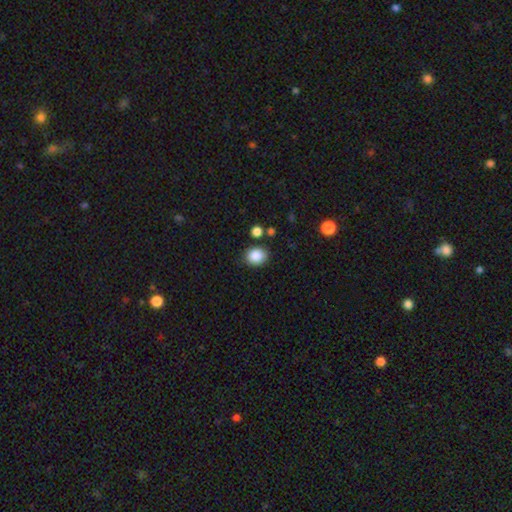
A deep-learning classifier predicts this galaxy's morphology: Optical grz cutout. It shows a smooth galaxy with no disk features (87%) that is round (59%). Merging: none (82%).